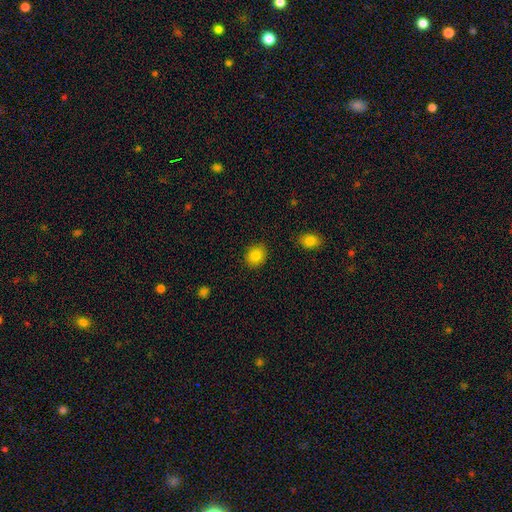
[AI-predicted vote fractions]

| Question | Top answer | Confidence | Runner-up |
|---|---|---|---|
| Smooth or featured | smooth | 85% | star or artifact (9%) |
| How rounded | round | 62% | in between (37%) |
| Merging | none | 88% | minor disturbance (9%) |